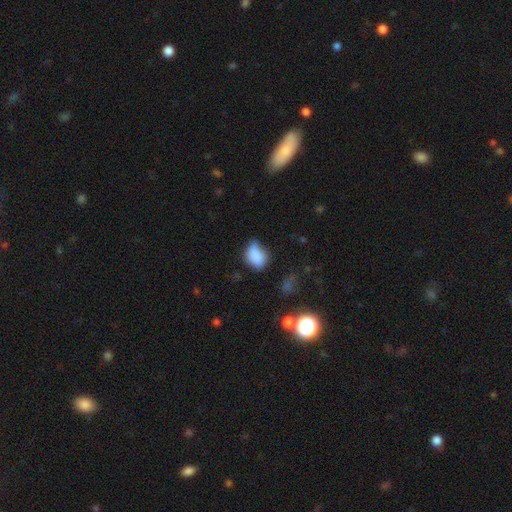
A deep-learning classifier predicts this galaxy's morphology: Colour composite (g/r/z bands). It shows a smooth galaxy with no disk features (82%) that is in between round and cigar-shaped (73%). Merging: none (45%).